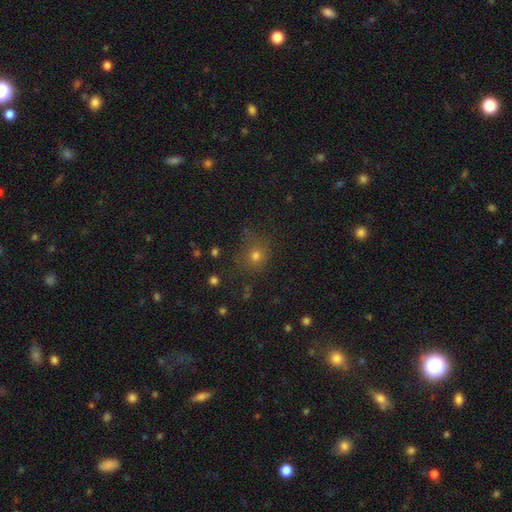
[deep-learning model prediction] Overall: smooth (67%). How rounded: round (84%). Merging: none (73%).